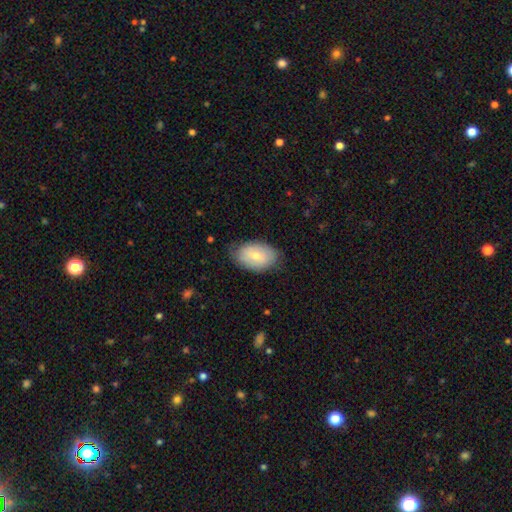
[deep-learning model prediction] smooth-or-featured: smooth: 69% | featured or disk: 25% | star or artifact: 6%
  how-rounded: in between: 89% | round: 10% | cigar-shaped: 1%
  merging: none: 74% | minor disturbance: 21% | major disturbance: 4% | merger: 1%